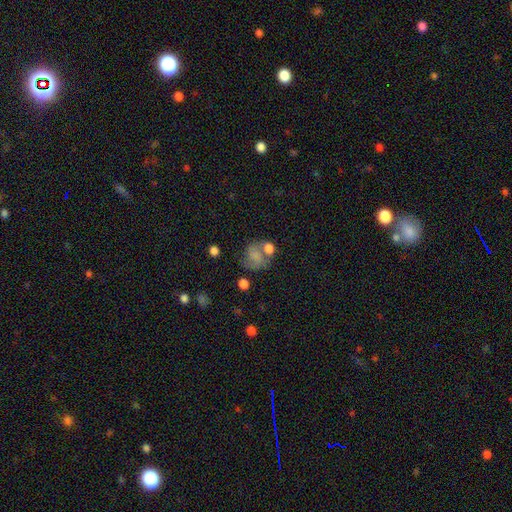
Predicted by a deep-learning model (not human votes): Smooth or featured? Predicted: smooth (p=0.61). How rounded? Predicted: round (p=0.64). Merging? Predicted: none (p=0.40).